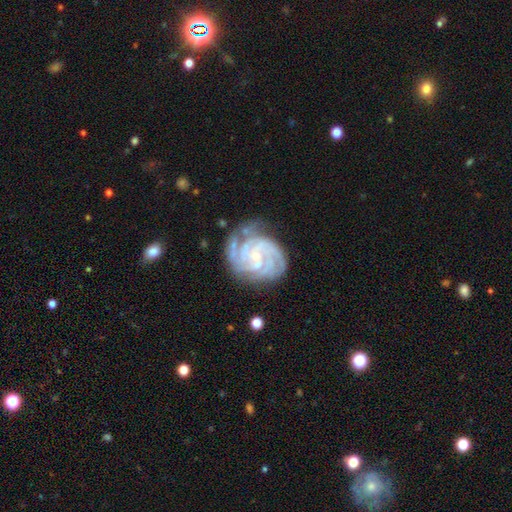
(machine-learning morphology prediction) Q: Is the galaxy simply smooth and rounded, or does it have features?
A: featured or disk — 91%.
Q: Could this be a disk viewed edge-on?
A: no — 98%.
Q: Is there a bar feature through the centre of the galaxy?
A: no — 61%.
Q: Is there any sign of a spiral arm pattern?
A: yes — 98%.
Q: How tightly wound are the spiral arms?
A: tight — 74%.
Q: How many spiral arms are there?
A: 4 — 32%.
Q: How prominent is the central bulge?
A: small — 77%.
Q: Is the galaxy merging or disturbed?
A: none — 70%.